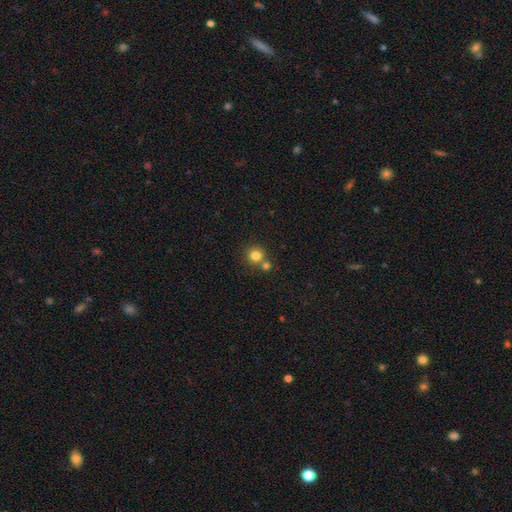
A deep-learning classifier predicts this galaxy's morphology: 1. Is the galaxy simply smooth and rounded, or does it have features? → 82% smooth, 12% star or artifact, 6% featured or disk.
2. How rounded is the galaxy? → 93% round, 6% in between, 1% cigar-shaped.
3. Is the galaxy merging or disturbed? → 66% none, 25% merger, 7% minor disturbance, 2% major disturbance.